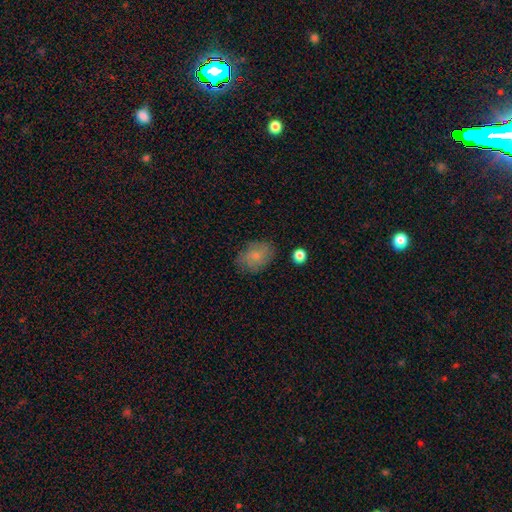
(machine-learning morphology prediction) Overall: smooth (71%). How rounded: in between (73%). Merging: none (76%).